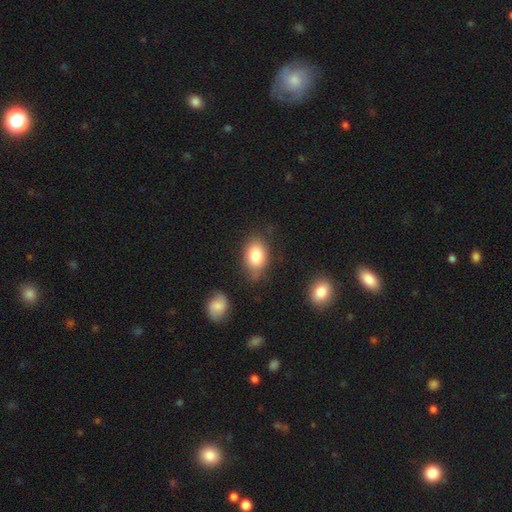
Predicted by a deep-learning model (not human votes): Smooth or featured? Predicted: smooth (p=0.83). How rounded? Predicted: in between (p=0.83). Merging? Predicted: none (p=0.65).